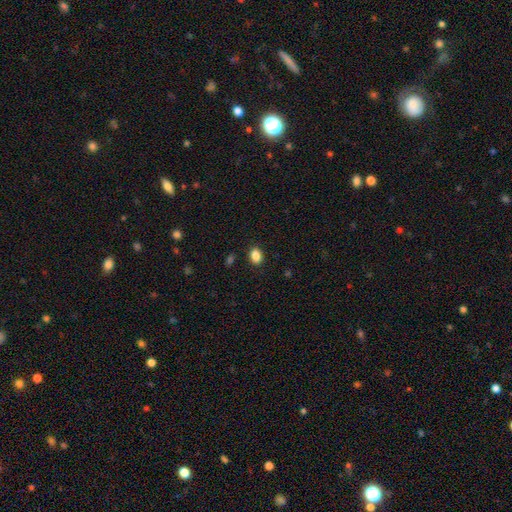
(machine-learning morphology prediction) smooth 87%, star or artifact 9%, featured or disk 4%. Down the decision tree: how rounded — in between (75%); merging — none (88%).